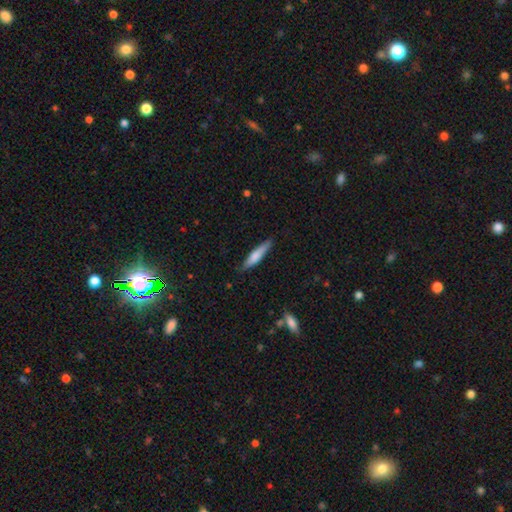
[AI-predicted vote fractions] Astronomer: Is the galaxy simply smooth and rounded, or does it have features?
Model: smooth — 70%.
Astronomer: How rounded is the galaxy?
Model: cigar-shaped — 86%.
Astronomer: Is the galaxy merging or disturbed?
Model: none — 83%.